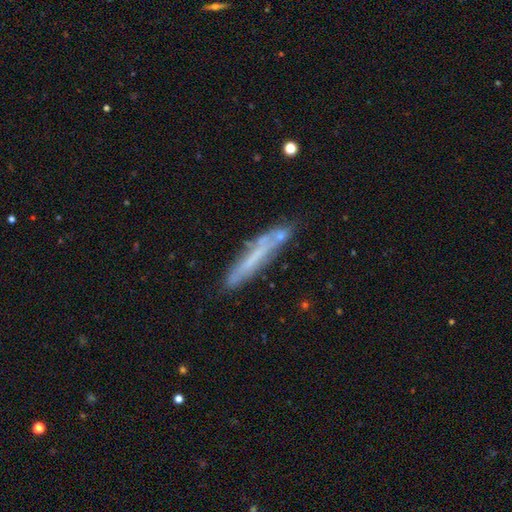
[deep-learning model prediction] Smooth or featured? featured or disk (47%)
Merging? none (70%)